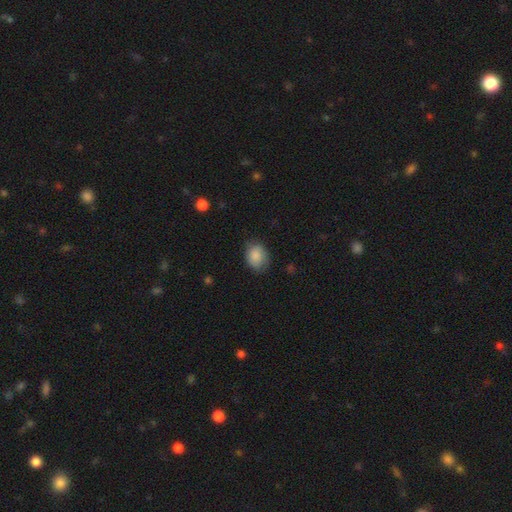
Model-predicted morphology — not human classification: type=smooth (85%); roundness=in between (59%); merging=none (73%).